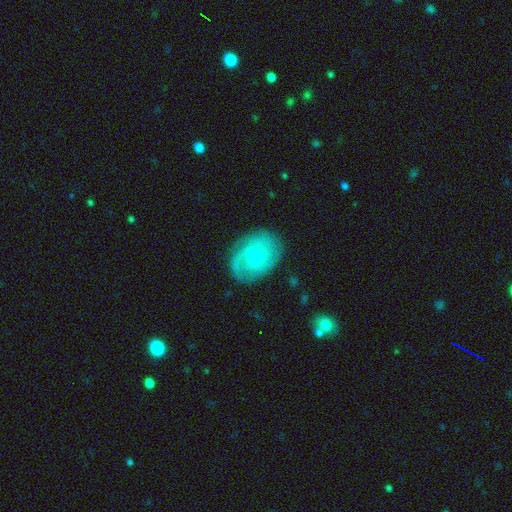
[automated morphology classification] type=featured or disk (67%); edge-on=no (96%); bar=weak (53%); spiral arms=yes (87%); winding=medium (43%); arm count=2 (51%); bulge=small (53%); merging=none (75%).